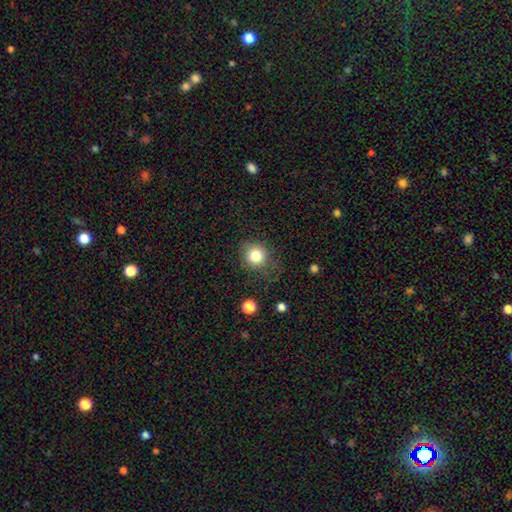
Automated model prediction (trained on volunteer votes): Smooth or featured: smooth — 82% (star or artifact — 11%)
How rounded: round — 87% (in between — 12%)
Merging: none — 74% (minor disturbance — 17%)